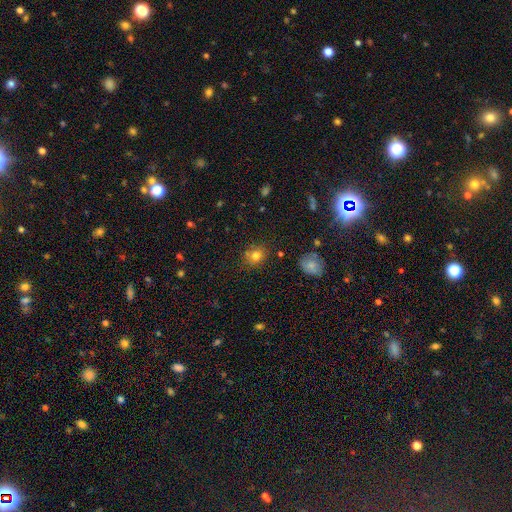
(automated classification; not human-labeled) Q: Smooth or featured?
A: smooth (79%); runner-up: star or artifact (13%)
Q: How rounded?
A: round (67%); runner-up: in between (32%)
Q: Merging?
A: none (77%); runner-up: minor disturbance (13%)